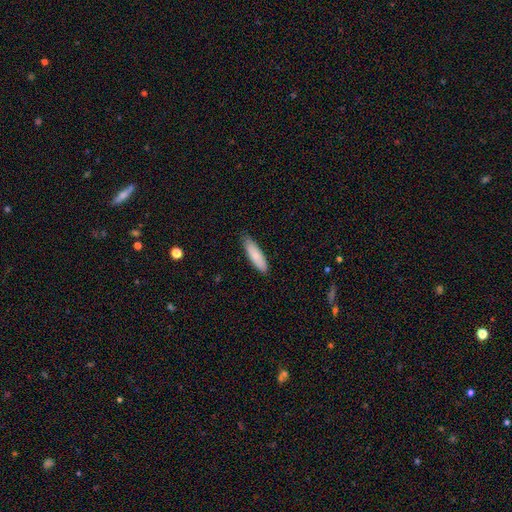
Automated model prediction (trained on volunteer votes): Morphology: type=smooth (82%); roundness=cigar-shaped (59%); merging=none (82%).